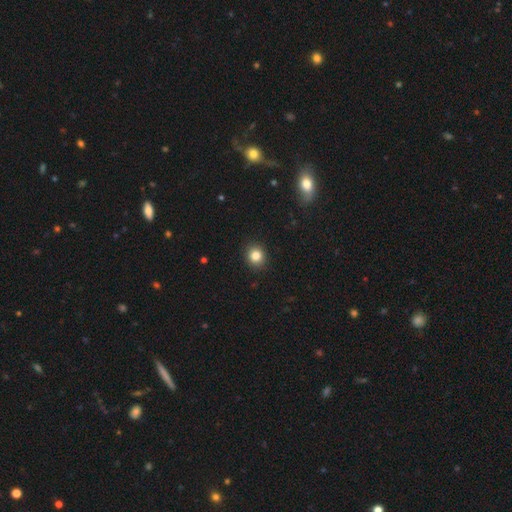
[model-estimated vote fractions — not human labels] This is clearly a smooth galaxy (83%). How rounded: clearly round (82%). Merging: clearly none (91%).